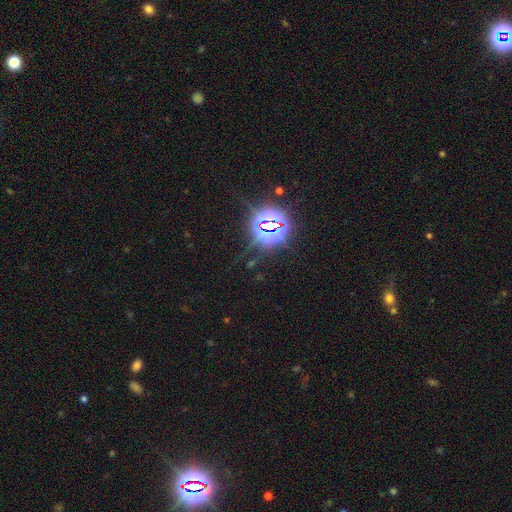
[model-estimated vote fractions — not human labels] A star or artifact, not a galaxy (82%).